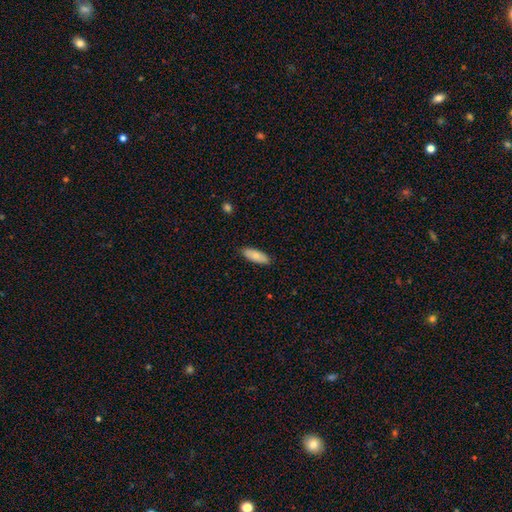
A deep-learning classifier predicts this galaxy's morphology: type=smooth (79%); roundness=in between (69%); merging=none (88%).